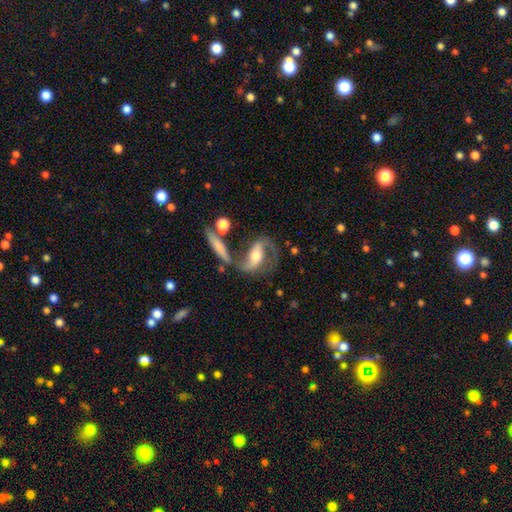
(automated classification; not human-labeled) A featured or disk galaxy (80%) with a strong bar (39%), 2 (89%) loose (50%) spiral arms (93%) and a moderate central bulge (63%). Merging: none (52%).